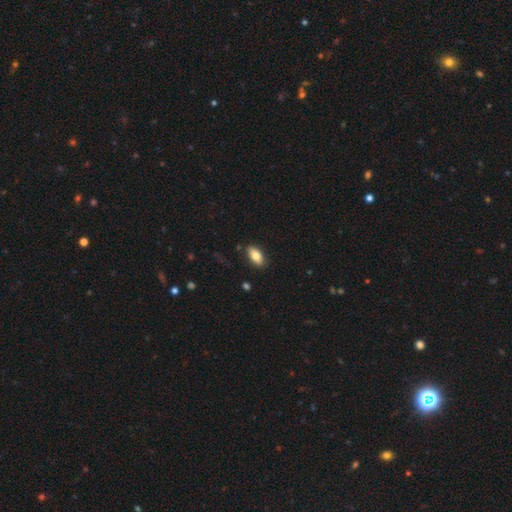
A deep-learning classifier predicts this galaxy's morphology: Smooth or featured? Predicted: smooth (p=0.78). How rounded? Predicted: in between (p=0.89). Merging? Predicted: none (p=0.86).